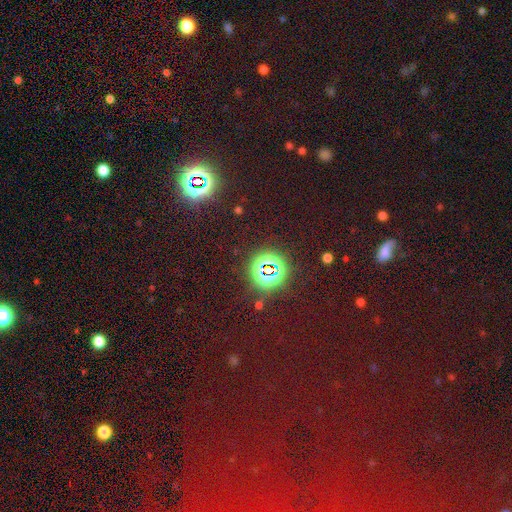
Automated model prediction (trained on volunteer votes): star or artifact 70%, smooth 21%, featured or disk 8%.